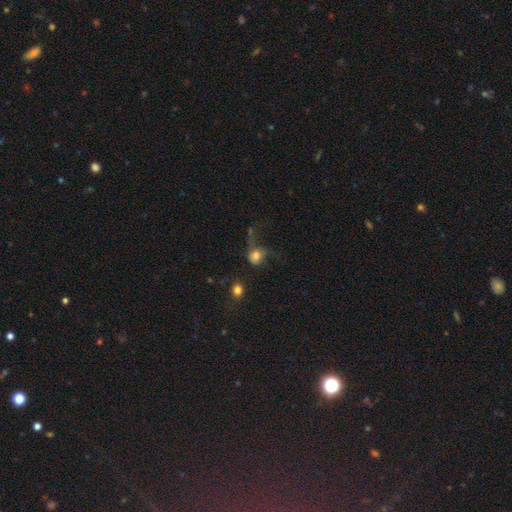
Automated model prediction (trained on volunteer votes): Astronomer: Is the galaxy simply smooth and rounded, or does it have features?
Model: smooth — 69%.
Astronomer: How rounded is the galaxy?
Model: round — 64%.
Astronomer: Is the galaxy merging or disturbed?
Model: major disturbance — 46% (runner-up: none, 26%).